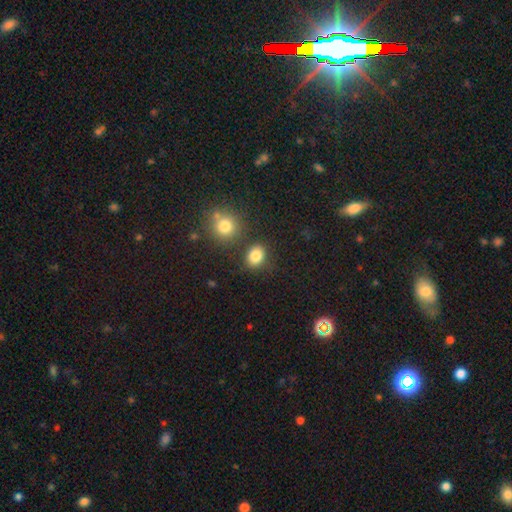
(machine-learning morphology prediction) Smooth or featured: smooth — 83% (star or artifact — 11%)
How rounded: round — 54% (in between — 45%)
Merging: none — 77% (minor disturbance — 11%)